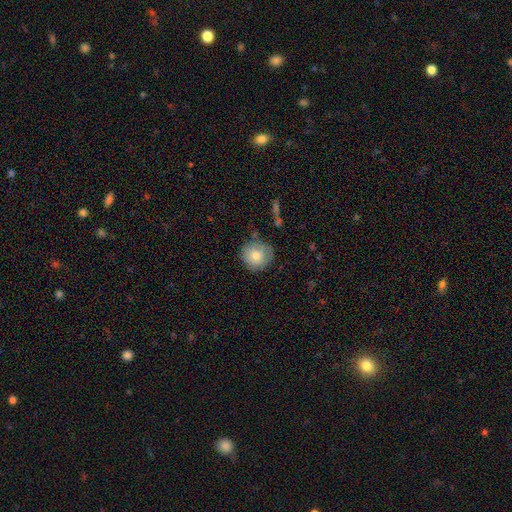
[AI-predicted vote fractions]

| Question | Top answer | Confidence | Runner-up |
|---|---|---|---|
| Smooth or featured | smooth | 77% | featured or disk (15%) |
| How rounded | round | 91% | in between (8%) |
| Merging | none | 78% | minor disturbance (16%) |